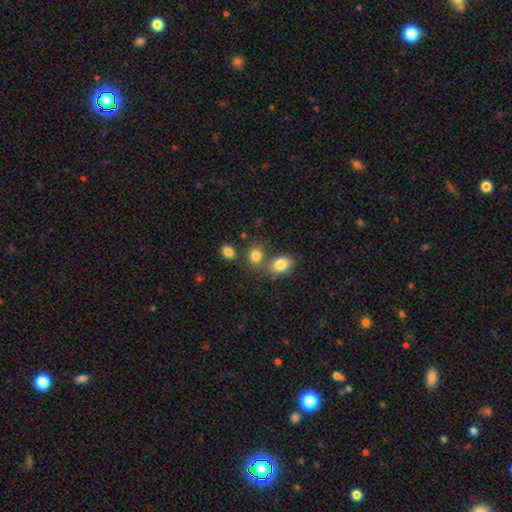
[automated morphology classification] Smooth or featured? Predicted: smooth (p=0.83). How rounded? Predicted: in between (p=0.53). Merging? Predicted: none (p=0.57).